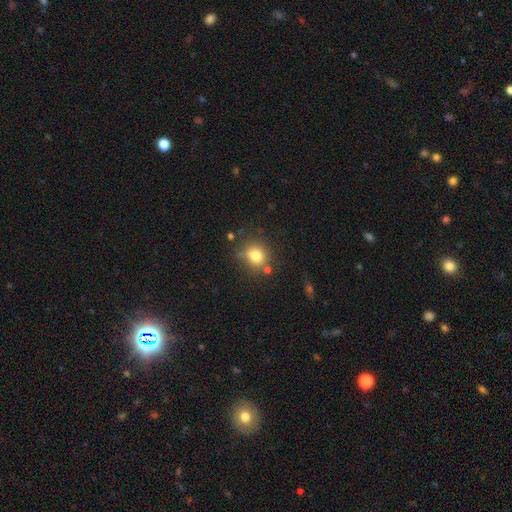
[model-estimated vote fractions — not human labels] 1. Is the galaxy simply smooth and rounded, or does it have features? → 78% smooth, 13% star or artifact, 9% featured or disk.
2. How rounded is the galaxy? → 79% round, 20% in between, 1% cigar-shaped.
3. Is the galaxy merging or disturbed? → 67% none, 17% minor disturbance, 11% merger, 5% major disturbance.